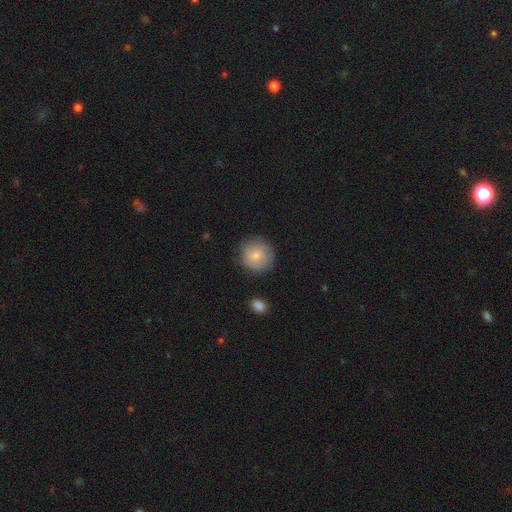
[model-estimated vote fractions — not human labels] The model was most divided on "smooth or featured": smooth: 69%, featured or disk: 24%, star or artifact: 7%. More confident: how rounded — round (91%); merging — none (81%).